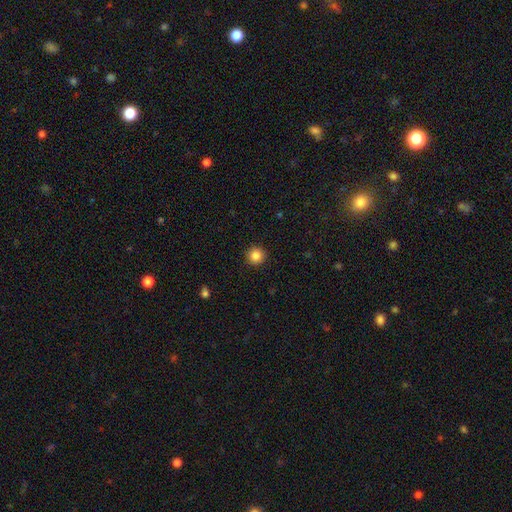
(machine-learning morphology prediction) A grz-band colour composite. It shows a smooth galaxy with no disk features (86%) that is round (95%). Merging: none (92%).